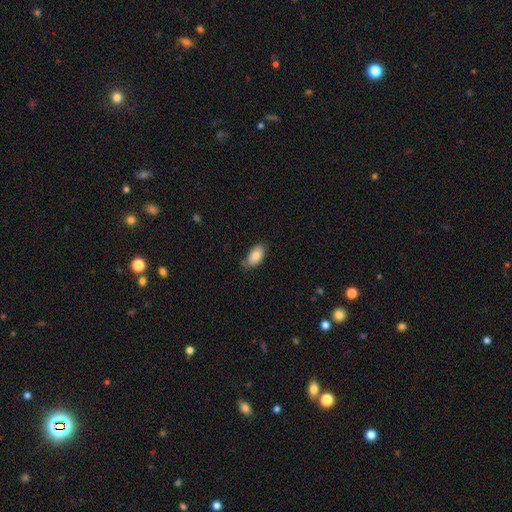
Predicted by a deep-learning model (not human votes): Smooth or featured: smooth — 84% (featured or disk — 9%)
How rounded: in between — 93% (round — 4%)
Merging: none — 66% (minor disturbance — 27%)